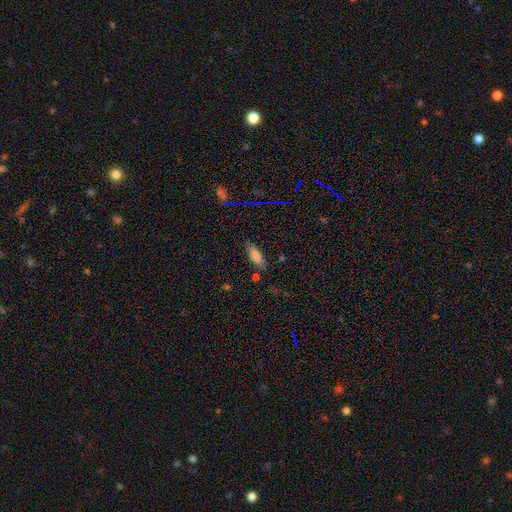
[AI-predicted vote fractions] A smooth galaxy with no disk features (76%) that is in between round and cigar-shaped (66%).

Vote fractions:
- Smooth or featured? smooth: 76% / featured or disk: 13% / star or artifact: 11%
- How rounded? in between: 66% / cigar-shaped: 31% / round: 2%
- Merging? none: 77% / minor disturbance: 16% / major disturbance: 4% / merger: 4%